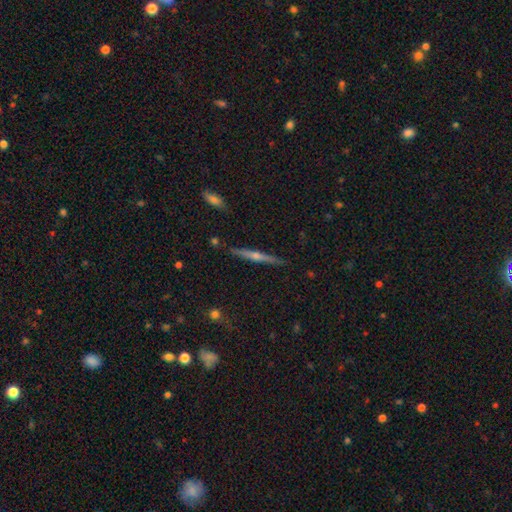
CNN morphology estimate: smooth_or_featured: featured or disk (p=0.74) [alt: smooth p=0.17]
disk_edge_on: yes (p=0.97) [alt: no p=0.03]
edge_on_bulge: rounded (p=0.85) [alt: none p=0.09]
merging: none (p=0.88) [alt: minor disturbance p=0.08]